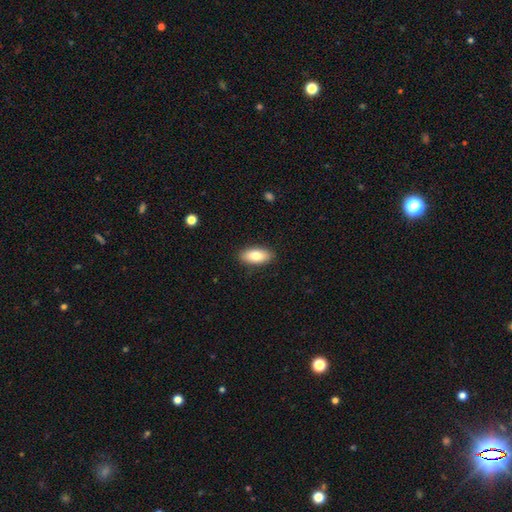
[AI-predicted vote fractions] Smooth or featured: smooth — 82% (featured or disk — 12%)
How rounded: in between — 89% (cigar-shaped — 9%)
Merging: none — 89% (minor disturbance — 8%)